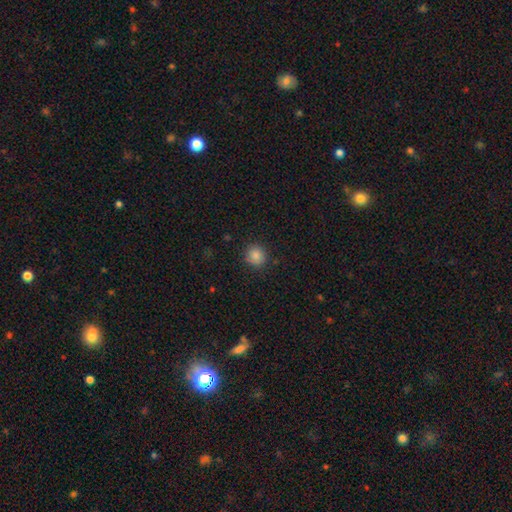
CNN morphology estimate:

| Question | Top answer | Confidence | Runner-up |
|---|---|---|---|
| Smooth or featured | smooth | 85% | star or artifact (11%) |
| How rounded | round | 90% | in between (9%) |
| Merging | none | 86% | minor disturbance (10%) |